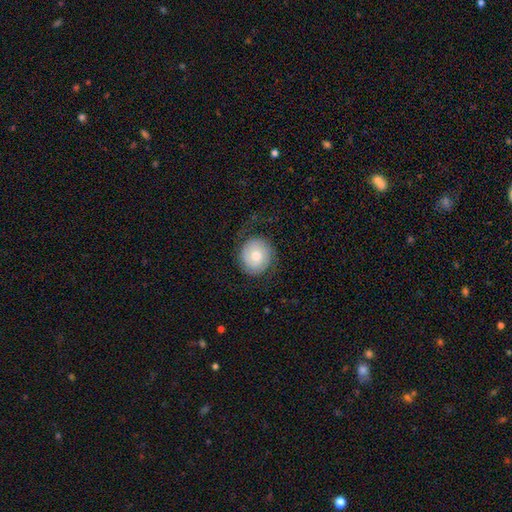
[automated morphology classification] This is possibly a featured or disk galaxy (54%). It is clearly not viewed edge-on (97%). Bar: likely no (75%). Spiral arm pattern: clearly yes (84%). Central bulge: likely moderate (69%). Merging: likely none (72%).